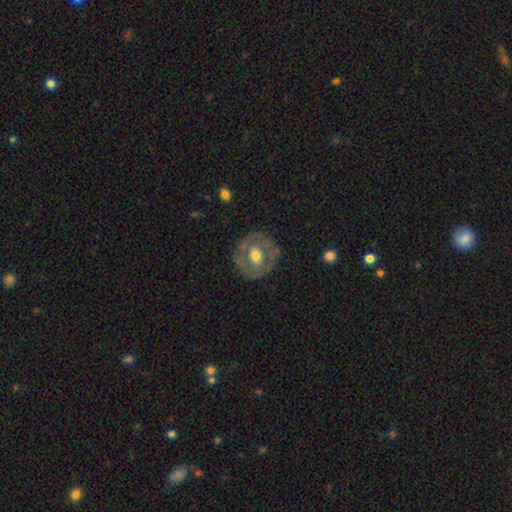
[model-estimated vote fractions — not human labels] Overall: featured or disk (57%; smooth 38%). Edge-on disk: no (96%). Bar: no (68%). Spiral arms: no (78%). Bulge size: moderate (72%). Merging: none (78%).